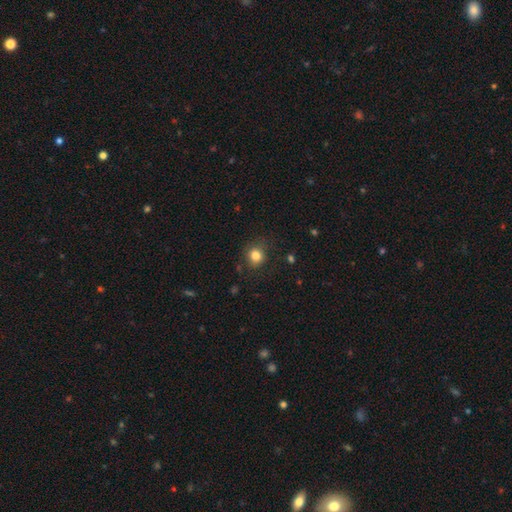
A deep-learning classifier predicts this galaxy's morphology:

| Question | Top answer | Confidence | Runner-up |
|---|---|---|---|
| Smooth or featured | smooth | 82% | star or artifact (12%) |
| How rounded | round | 82% | in between (17%) |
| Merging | none | 82% | minor disturbance (13%) |